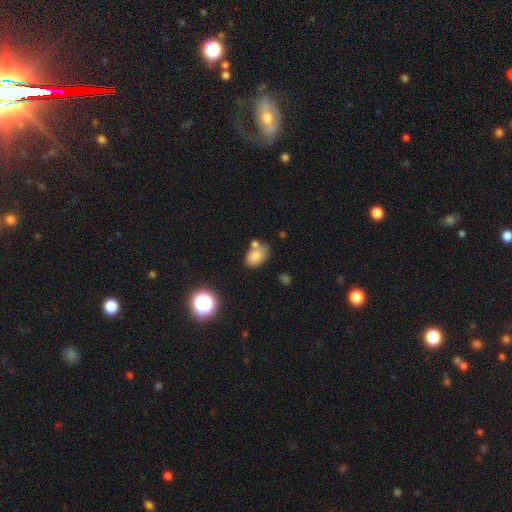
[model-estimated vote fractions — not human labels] The model was most divided on "merging": none: 53%, merger: 24%, minor disturbance: 17%, major disturbance: 5%. More confident: how rounded — in between (79%); smooth or featured — smooth (77%).